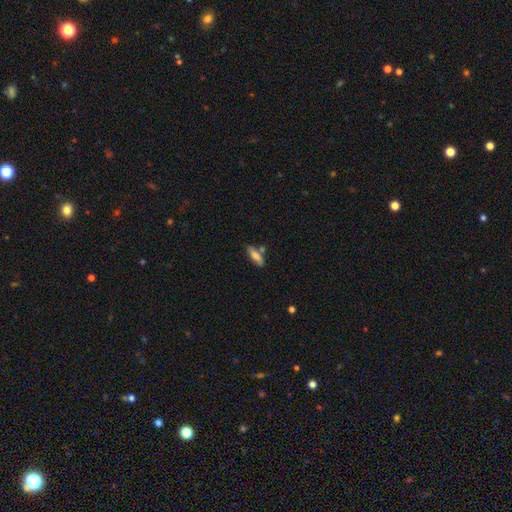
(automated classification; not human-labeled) Q: Smooth or featured?
A: smooth (71%); runner-up: featured or disk (22%)
Q: How rounded?
A: in between (55%); runner-up: cigar-shaped (42%)
Q: Merging?
A: none (69%); runner-up: minor disturbance (16%)